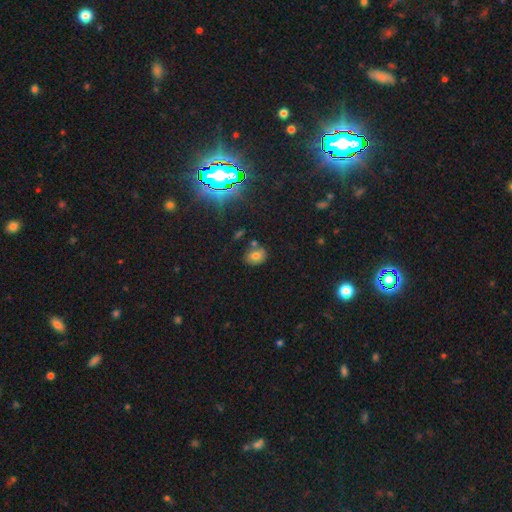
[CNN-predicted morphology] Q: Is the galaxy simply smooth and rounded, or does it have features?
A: smooth — 69%.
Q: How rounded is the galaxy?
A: in between — 53%.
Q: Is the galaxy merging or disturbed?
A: none — 69%.